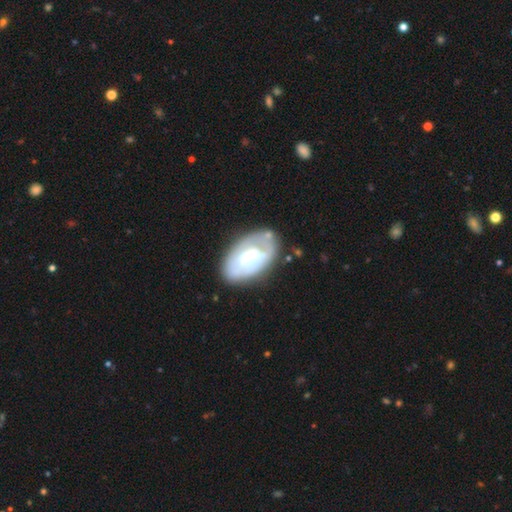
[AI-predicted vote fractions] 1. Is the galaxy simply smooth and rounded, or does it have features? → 55% featured or disk, 38% smooth, 6% star or artifact.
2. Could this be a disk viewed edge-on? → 95% no, 5% yes.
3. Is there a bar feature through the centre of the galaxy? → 56% no, 32% weak, 12% strong.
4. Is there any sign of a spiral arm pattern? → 58% no, 42% yes.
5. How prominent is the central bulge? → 46% moderate, 30% small, 15% large, 6% none, 2% dominant.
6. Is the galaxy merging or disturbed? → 59% none, 22% minor disturbance, 11% major disturbance, 7% merger.